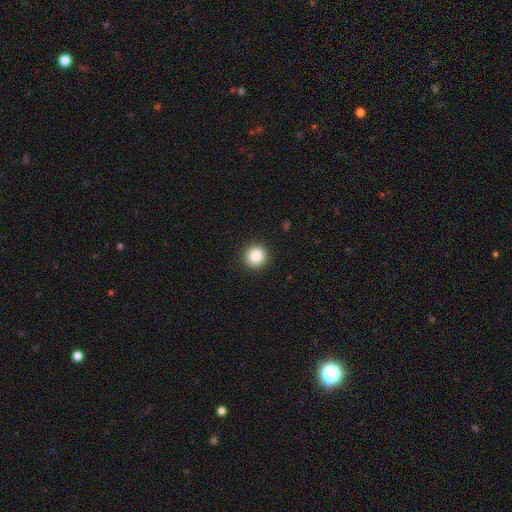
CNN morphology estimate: Overall: smooth (86%). How rounded: round (94%). Merging: none (92%).